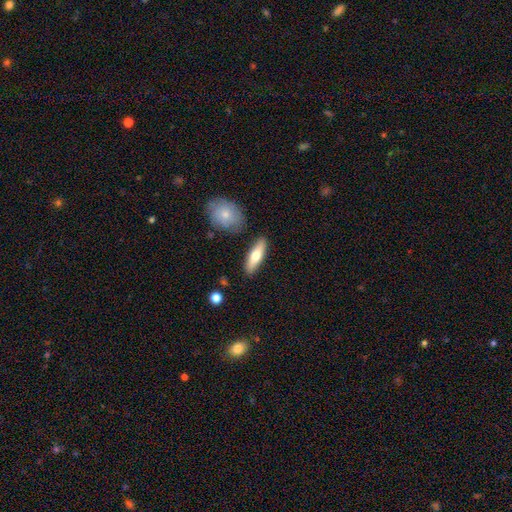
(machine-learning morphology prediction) A smooth galaxy with no disk features (66%) that is cigar-shaped (51%). Merging: none (85%).